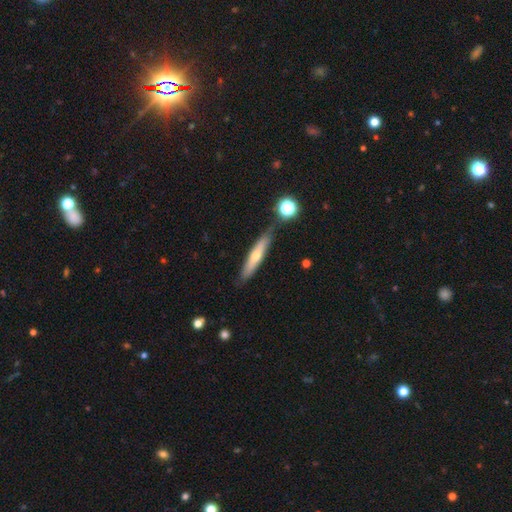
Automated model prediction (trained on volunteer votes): This is possibly a smooth galaxy (51%). How rounded: clearly cigar-shaped (88%). Merging: likely none (78%).